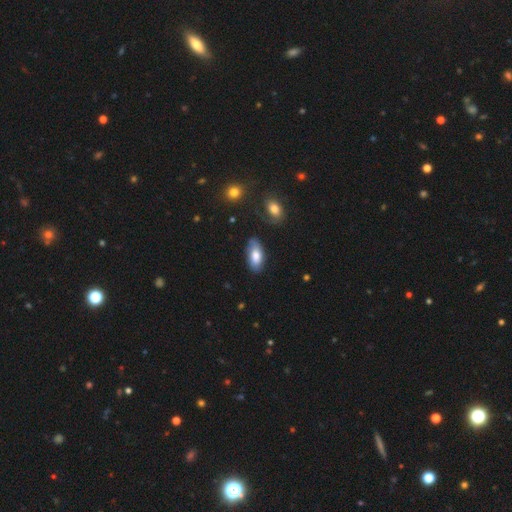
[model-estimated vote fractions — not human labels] This appears to be a smooth galaxy with no disk features (77%) that is in between round and cigar-shaped (90%). Merging: none (74%).